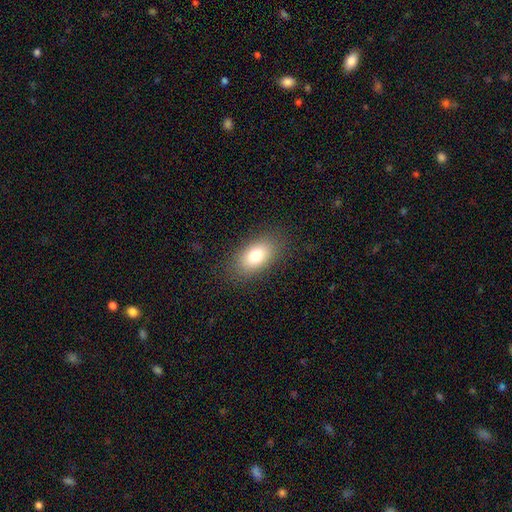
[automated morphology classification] A smooth galaxy with no disk features (78%) that is in between round and cigar-shaped (90%).

Vote fractions:
- Smooth or featured? smooth: 78% / featured or disk: 13% / star or artifact: 9%
- How rounded? in between: 90% / round: 7% / cigar-shaped: 3%
- Merging? none: 84% / minor disturbance: 11% / major disturbance: 4% / merger: 1%